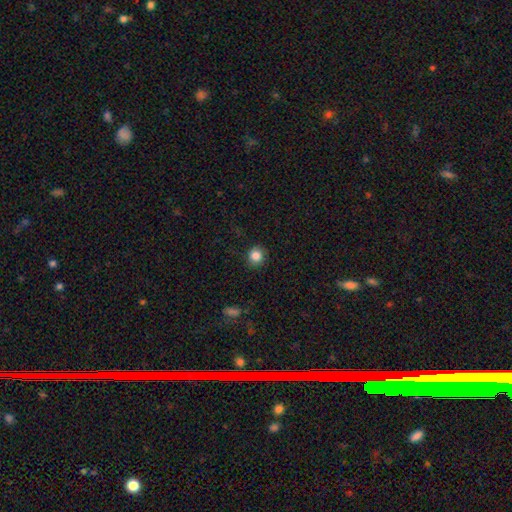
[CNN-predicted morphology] A smooth galaxy with no disk features (85%) that is round (90%).

Vote fractions:
- Smooth or featured? smooth: 85% / star or artifact: 10% / featured or disk: 4%
- How rounded? round: 90% / in between: 9% / cigar-shaped: 1%
- Merging? none: 88% / minor disturbance: 9% / major disturbance: 2% / merger: 1%